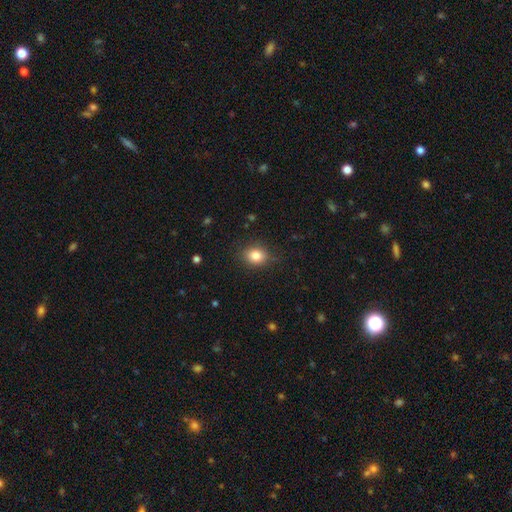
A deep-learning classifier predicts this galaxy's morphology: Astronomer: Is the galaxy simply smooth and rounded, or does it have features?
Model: smooth — 83%.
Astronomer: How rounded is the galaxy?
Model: round — 56% (runner-up: in between, 43%).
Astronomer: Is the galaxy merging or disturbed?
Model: none — 83%.